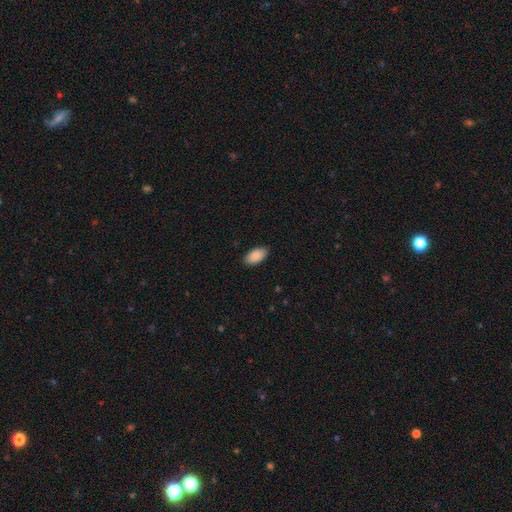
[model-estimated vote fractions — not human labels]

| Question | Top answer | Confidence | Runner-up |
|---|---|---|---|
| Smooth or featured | smooth | 89% | star or artifact (6%) |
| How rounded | in between | 95% | round (3%) |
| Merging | none | 86% | minor disturbance (11%) |